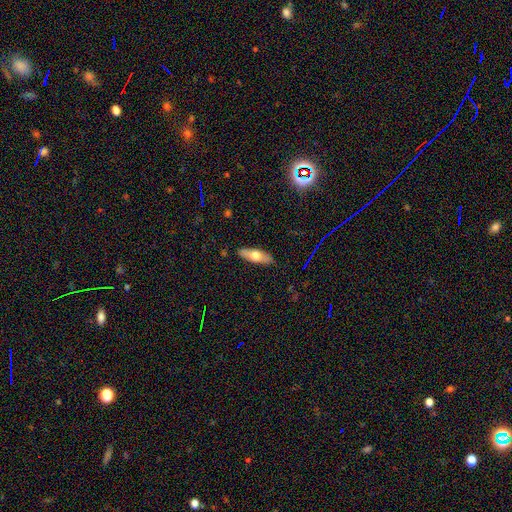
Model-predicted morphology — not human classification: Smooth or featured? smooth (59%)
How rounded? in between (56%)
Merging? none (88%)